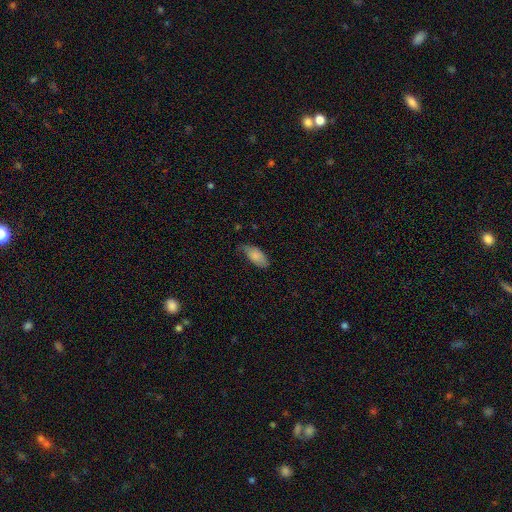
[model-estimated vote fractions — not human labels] Smooth or featured? Predicted: smooth (p=0.81). How rounded? Predicted: in between (p=0.91). Merging? Predicted: none (p=0.53).